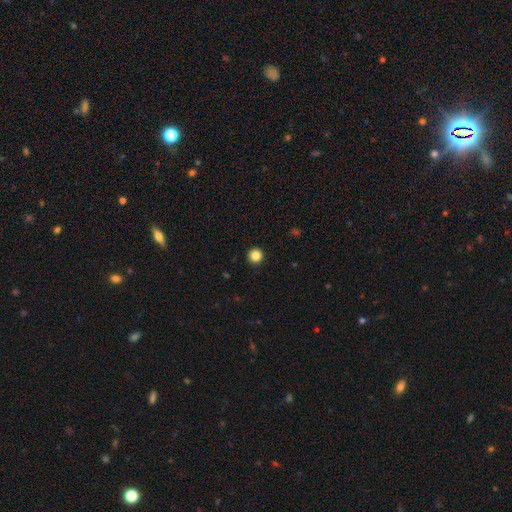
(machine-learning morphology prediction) type=smooth (85%); roundness=round (96%); merging=none (94%).